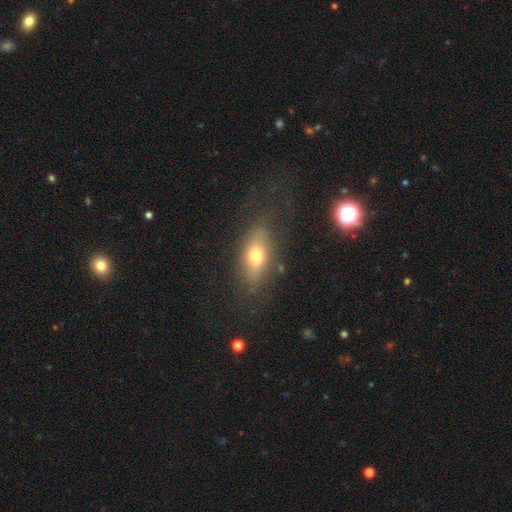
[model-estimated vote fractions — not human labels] Morphology: type=smooth (64%); roundness=in between (78%); merging=none (71%).